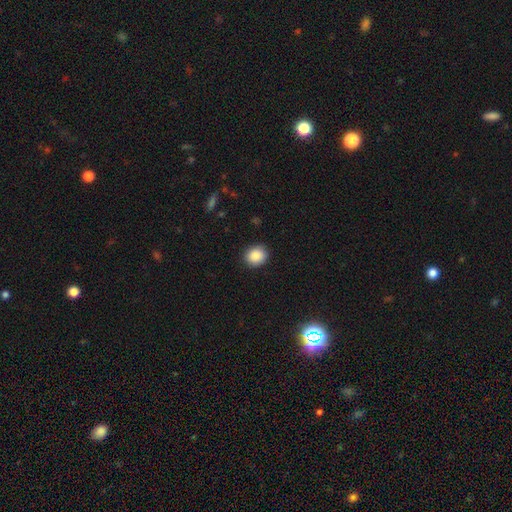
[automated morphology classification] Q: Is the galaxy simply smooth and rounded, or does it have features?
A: smooth — 87%.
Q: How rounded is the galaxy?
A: round — 70%.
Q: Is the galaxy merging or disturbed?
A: none — 89%.